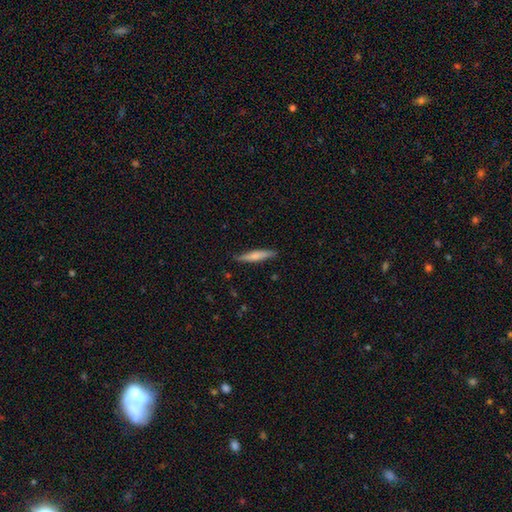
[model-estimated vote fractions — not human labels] The model was most divided on "smooth or featured": smooth: 66%, featured or disk: 28%, star or artifact: 5%. More confident: how rounded — cigar-shaped (90%); merging — none (87%).